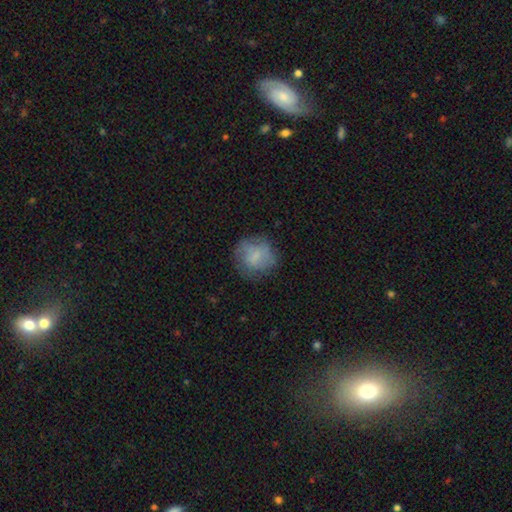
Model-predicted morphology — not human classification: smooth-or-featured: smooth: 65% | featured or disk: 27% | star or artifact: 8%
  how-rounded: round: 82% | in between: 17% | cigar-shaped: 1%
  merging: none: 68% | minor disturbance: 21% | major disturbance: 10% | merger: 1%